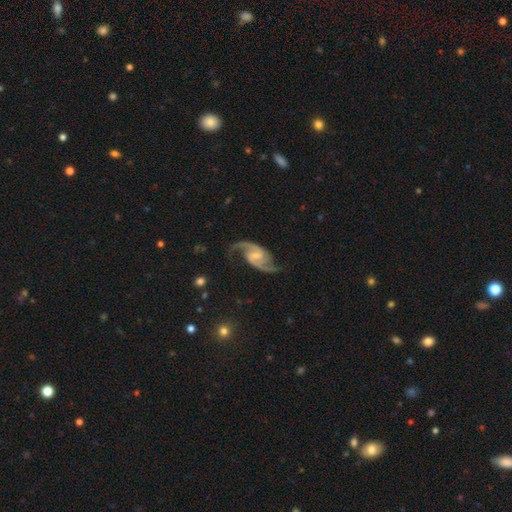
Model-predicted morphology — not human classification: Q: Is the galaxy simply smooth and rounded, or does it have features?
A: featured or disk — 92%.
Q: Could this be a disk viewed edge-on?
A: no — 98%.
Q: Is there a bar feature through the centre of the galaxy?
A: weak — 55%.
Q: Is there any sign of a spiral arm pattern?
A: yes — 98%.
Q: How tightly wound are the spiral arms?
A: medium — 47%.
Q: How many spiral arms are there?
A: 2 — 94%.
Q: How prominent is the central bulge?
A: small — 38%.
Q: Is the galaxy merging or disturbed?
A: none — 77%.